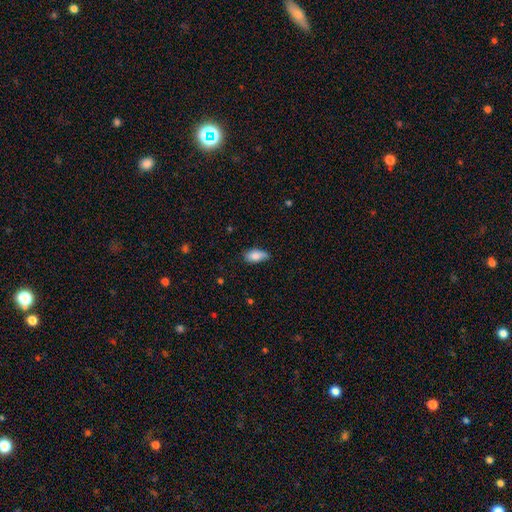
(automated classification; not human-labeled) A smooth galaxy with no disk features (84%) that is in between round and cigar-shaped (91%).

Vote fractions:
- Smooth or featured? smooth: 84% / featured or disk: 9% / star or artifact: 7%
- How rounded? in between: 91% / cigar-shaped: 5% / round: 3%
- Merging? none: 64% / minor disturbance: 30% / major disturbance: 5% / merger: 2%